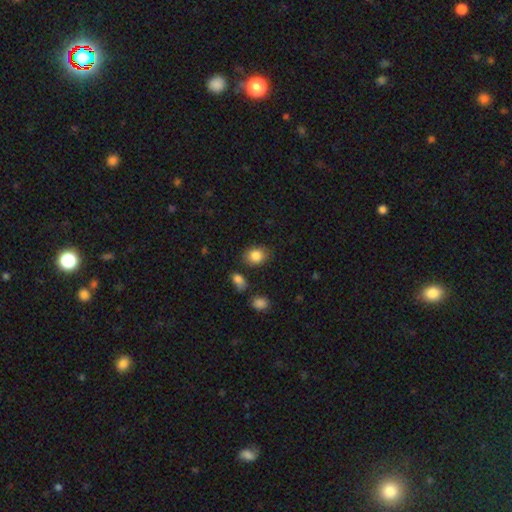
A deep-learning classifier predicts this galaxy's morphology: Smooth or featured?
  - smooth: 85% *
  - star or artifact: 9%
  - featured or disk: 6%
How rounded?
  - in between: 53% *
  - round: 46%
  - cigar-shaped: 1%
Merging?
  - none: 79% *
  - minor disturbance: 13%
  - merger: 4%
  - major disturbance: 3%